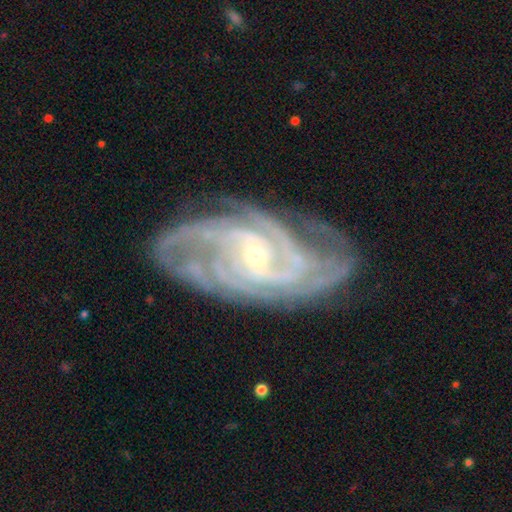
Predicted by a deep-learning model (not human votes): Overall: featured or disk (91%). Edge-on disk: no (96%). Bar: no (48%; weak 37%). Spiral arms: yes (98%). Spiral arm count: 4 (26%; 3 22%). Spiral winding: tight (58%; medium 36%). Bulge size: small (81%). Merging: none (74%).